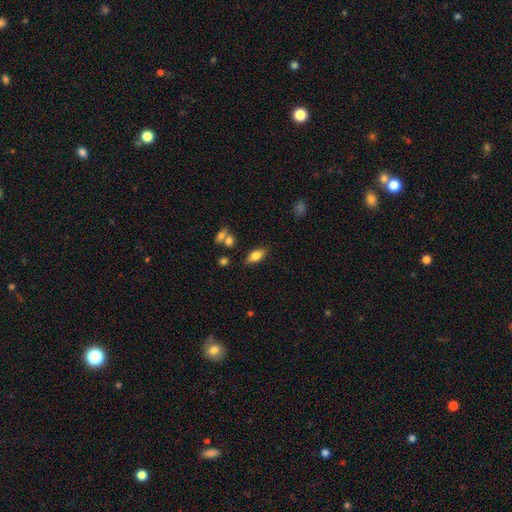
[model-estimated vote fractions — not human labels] Smooth or featured? smooth (78%)
How rounded? in between (87%)
Merging? none (78%)